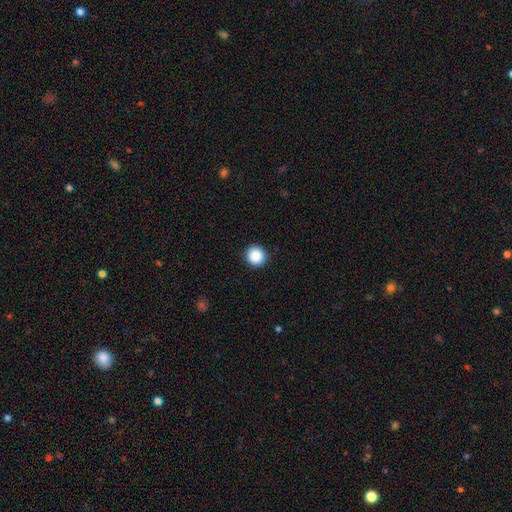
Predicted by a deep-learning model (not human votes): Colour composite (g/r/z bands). It shows a smooth galaxy with no disk features (89%) that is round (94%). Merging: none (93%).